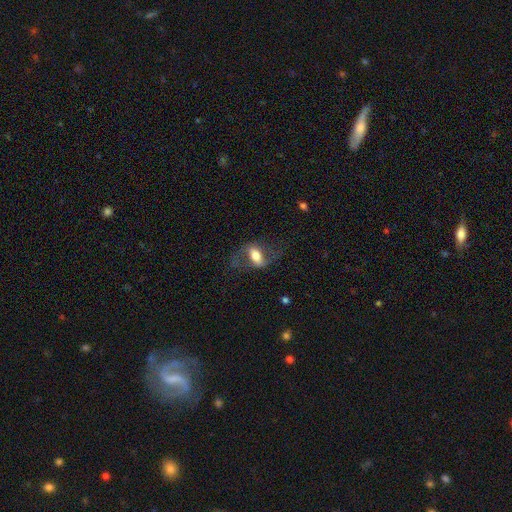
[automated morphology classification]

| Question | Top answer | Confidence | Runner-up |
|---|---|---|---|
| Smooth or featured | featured or disk | 57% | smooth (35%) |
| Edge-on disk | no | 84% | yes (16%) |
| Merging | none | 59% | major disturbance (22%) |